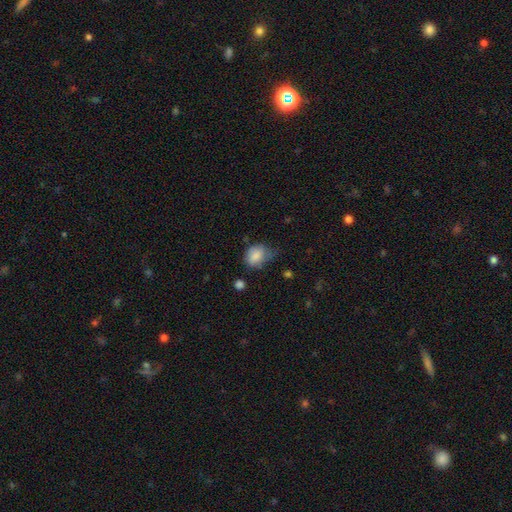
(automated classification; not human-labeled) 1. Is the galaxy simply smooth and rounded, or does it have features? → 82% smooth, 10% featured or disk, 8% star or artifact.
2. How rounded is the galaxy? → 62% in between, 37% round, 1% cigar-shaped.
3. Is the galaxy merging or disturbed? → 41% none, 39% minor disturbance, 16% major disturbance, 3% merger.